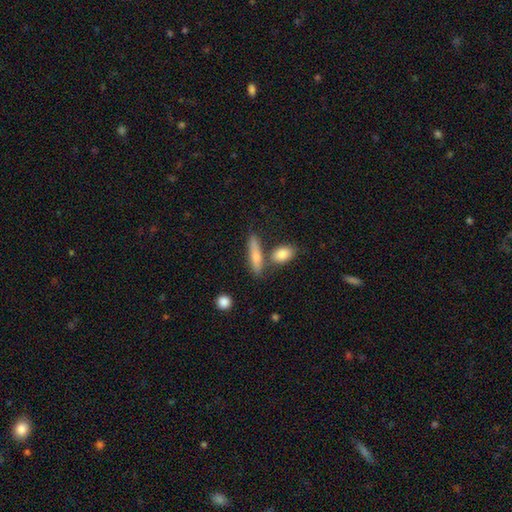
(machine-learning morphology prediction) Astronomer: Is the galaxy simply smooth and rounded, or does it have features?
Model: smooth — 72%.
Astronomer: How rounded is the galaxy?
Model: cigar-shaped — 65%.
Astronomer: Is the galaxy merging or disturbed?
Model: none — 63%.